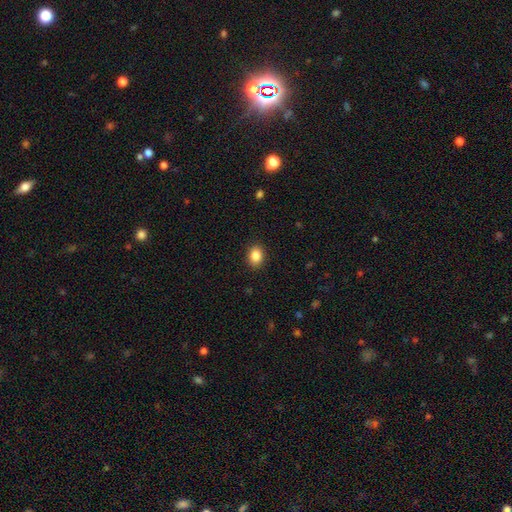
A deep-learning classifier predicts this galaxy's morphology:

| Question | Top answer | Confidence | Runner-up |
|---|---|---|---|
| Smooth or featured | smooth | 86% | star or artifact (9%) |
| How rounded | in between | 58% | round (41%) |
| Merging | none | 90% | minor disturbance (7%) |